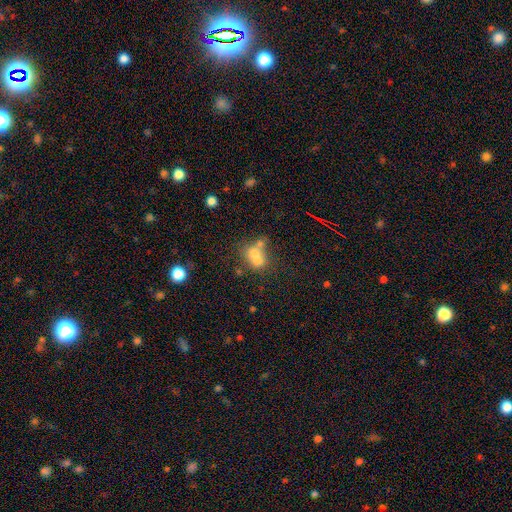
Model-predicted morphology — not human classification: Smooth or featured: smooth — 61% (featured or disk — 25%)
How rounded: round — 57% (in between — 41%)
Merging: merger — 62% (none — 25%)